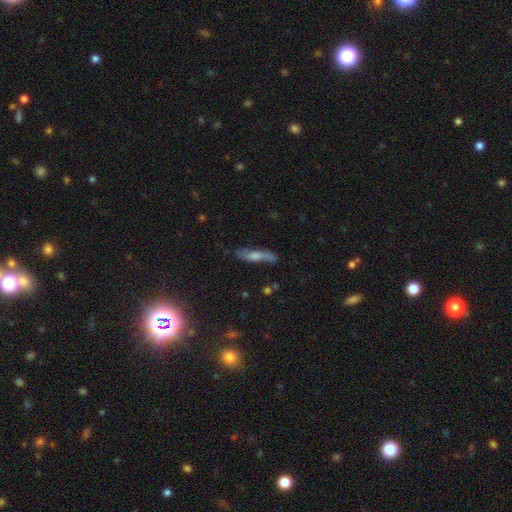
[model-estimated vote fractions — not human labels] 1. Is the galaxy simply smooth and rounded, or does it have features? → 51% smooth, 42% featured or disk, 7% star or artifact.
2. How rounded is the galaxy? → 81% cigar-shaped, 16% in between, 2% round.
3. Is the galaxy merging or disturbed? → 69% none, 22% minor disturbance, 6% major disturbance, 3% merger.